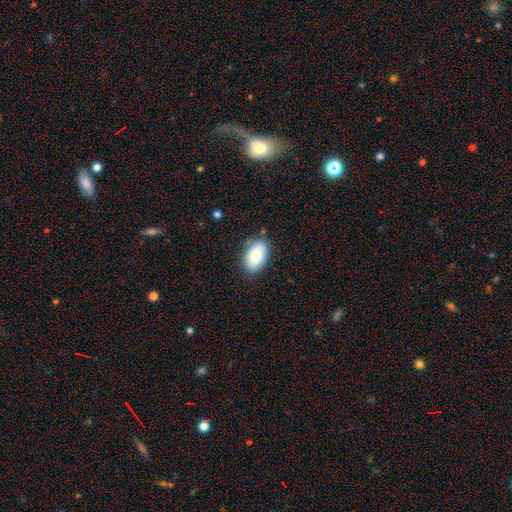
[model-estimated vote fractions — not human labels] Morphology: type=smooth (82%); roundness=in between (92%); merging=none (81%).